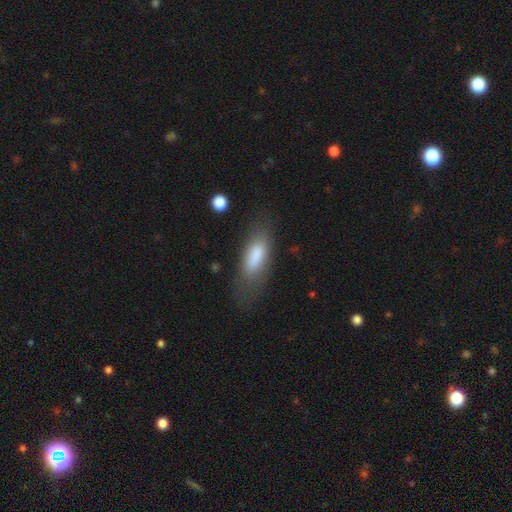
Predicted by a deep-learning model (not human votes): Smooth or featured? smooth (79%)
How rounded? in between (69%)
Merging? none (59%)